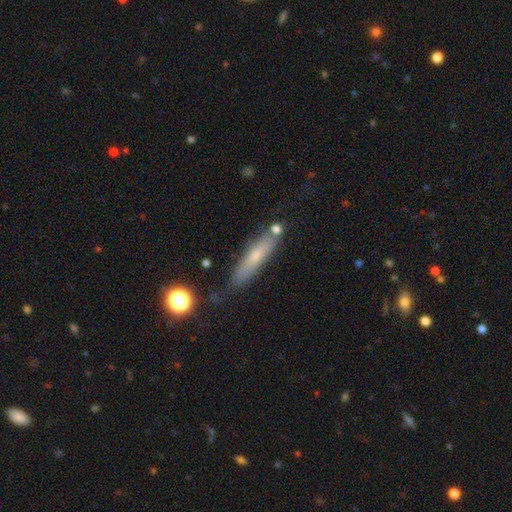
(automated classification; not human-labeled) Smooth or featured? smooth (59%)
How rounded? cigar-shaped (82%)
Merging? none (71%)